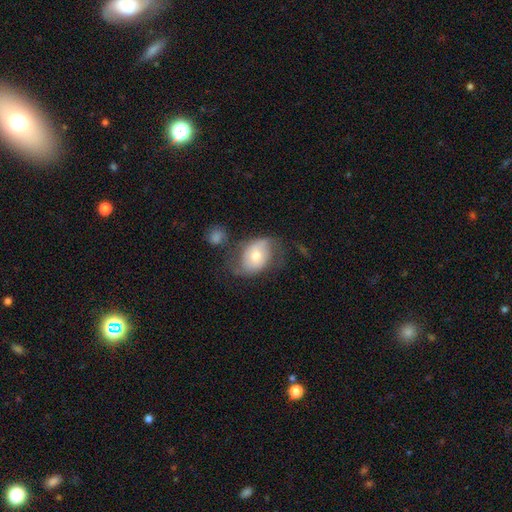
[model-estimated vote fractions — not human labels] smooth_or_featured: smooth (p=0.50) [alt: featured or disk p=0.43]
merging: none (p=0.41) [alt: minor disturbance p=0.28]